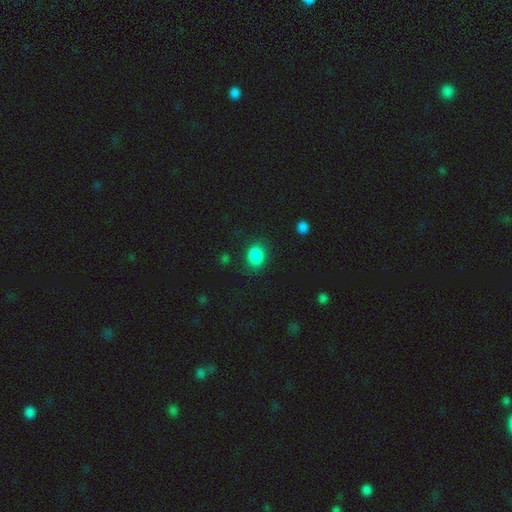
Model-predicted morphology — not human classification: Smooth or featured?
  - smooth: 86% *
  - star or artifact: 10%
  - featured or disk: 4%
How rounded?
  - in between: 57% *
  - round: 41%
  - cigar-shaped: 1%
Merging?
  - none: 83% *
  - minor disturbance: 12%
  - major disturbance: 4%
  - merger: 2%